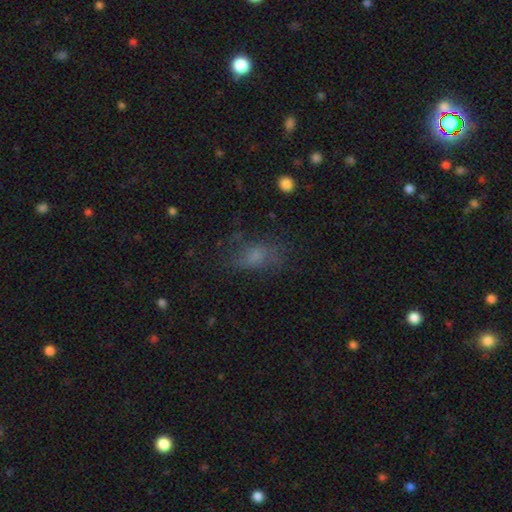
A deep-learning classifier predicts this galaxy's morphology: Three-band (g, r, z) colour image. It shows a smooth galaxy with no disk features (63%) that is in between round and cigar-shaped (81%). Merging: none (55%).